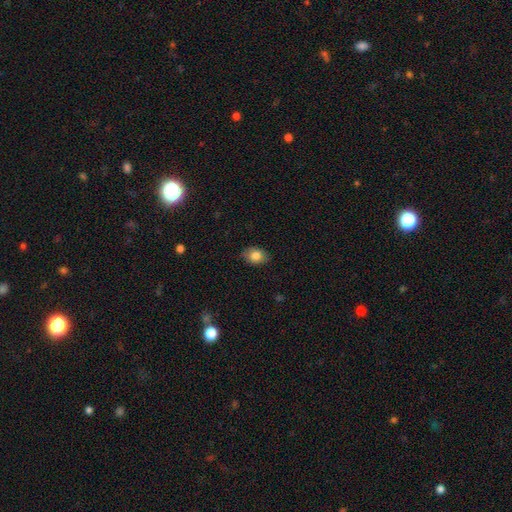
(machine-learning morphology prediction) Smooth or featured: smooth — 82% (featured or disk — 9%)
How rounded: in between — 71% (round — 27%)
Merging: none — 83% (minor disturbance — 14%)